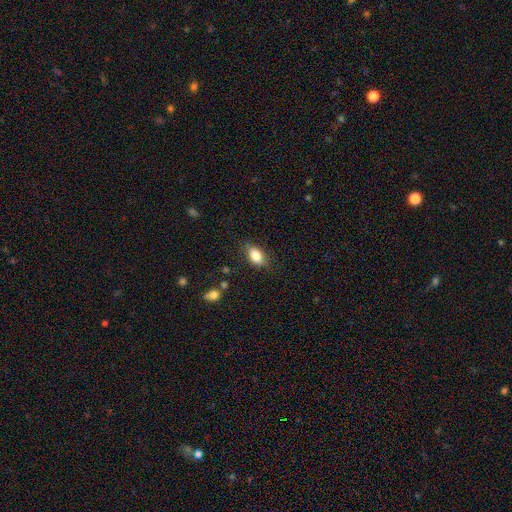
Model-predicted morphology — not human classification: Overall: smooth (85%). How rounded: in between (88%). Merging: none (78%).